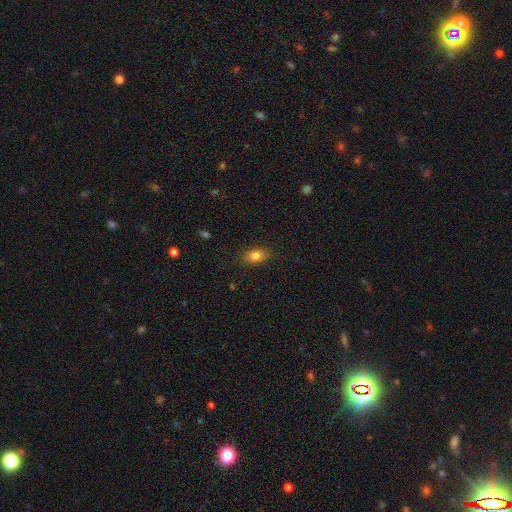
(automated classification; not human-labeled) The model was most divided on "how rounded": in between: 77%, round: 20%, cigar-shaped: 3%. More confident: merging — none (84%); smooth or featured — smooth (82%).